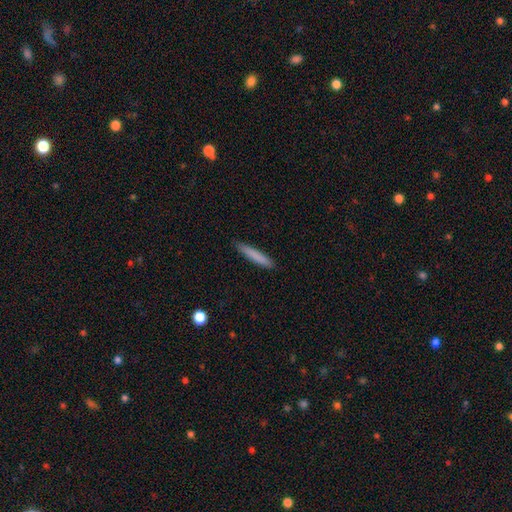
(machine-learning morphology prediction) Smooth or featured? Predicted: smooth (p=0.81). How rounded? Predicted: cigar-shaped (p=0.93). Merging? Predicted: none (p=0.88).